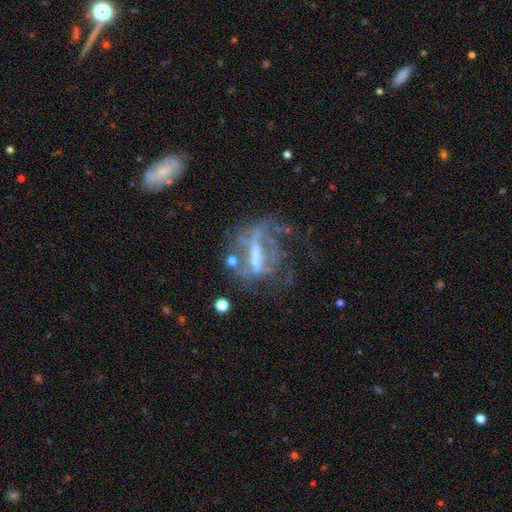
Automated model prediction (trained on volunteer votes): This appears to be a featured or disk galaxy (72%) with a strong bar (58%), no spiral arms (53%) and no central bulge (38%). Merging: major disturbance (37%).